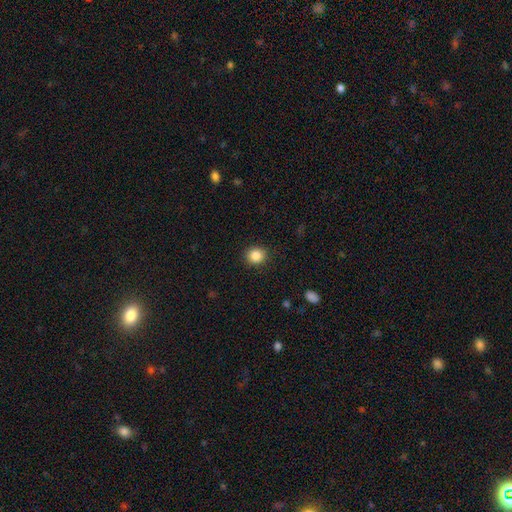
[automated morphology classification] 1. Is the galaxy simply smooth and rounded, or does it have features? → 86% smooth, 10% star or artifact, 4% featured or disk.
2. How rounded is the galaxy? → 85% round, 14% in between, 1% cigar-shaped.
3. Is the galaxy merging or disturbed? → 90% none, 6% minor disturbance, 2% major disturbance, 1% merger.